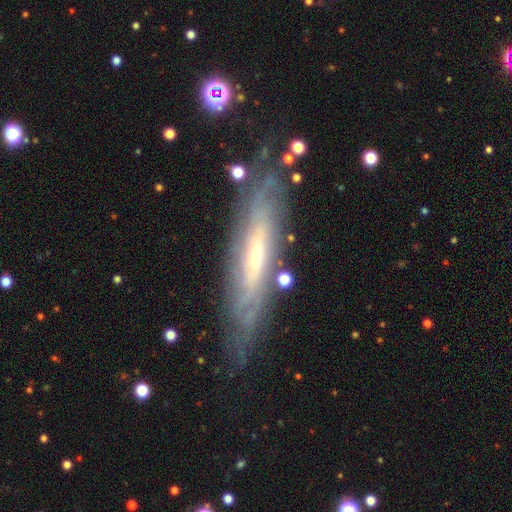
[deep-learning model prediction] A featured or disk galaxy (76%). Merging: none (77%).